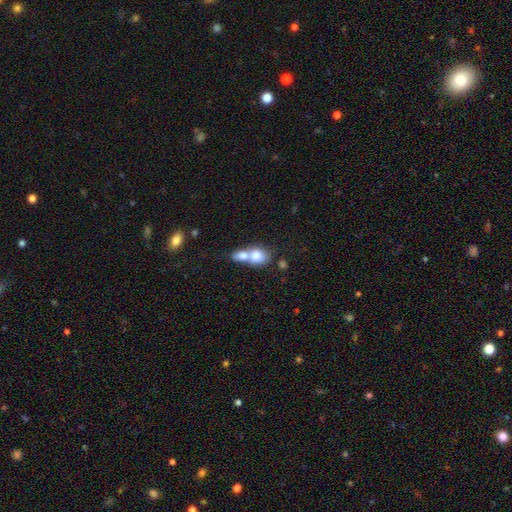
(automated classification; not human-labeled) smooth-or-featured: smooth: 75% | featured or disk: 17% | star or artifact: 8%
  how-rounded: in between: 51% | round: 47% | cigar-shaped: 2%
  merging: merger: 75% | none: 17% | minor disturbance: 5% | major disturbance: 3%